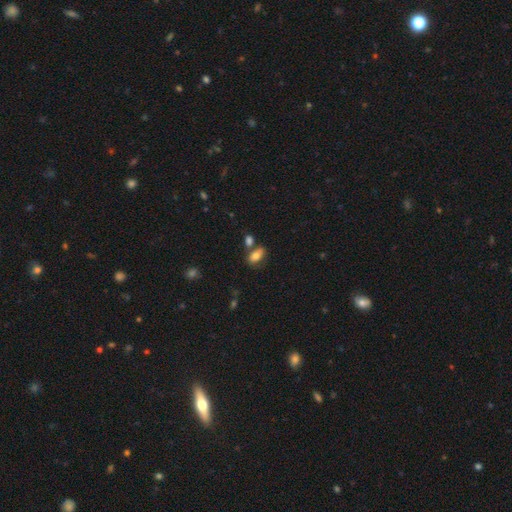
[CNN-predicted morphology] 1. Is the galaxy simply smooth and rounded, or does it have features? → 79% smooth, 12% featured or disk, 9% star or artifact.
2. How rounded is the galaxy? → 89% in between, 7% round, 4% cigar-shaped.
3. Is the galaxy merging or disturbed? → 59% none, 21% merger, 15% minor disturbance, 5% major disturbance.